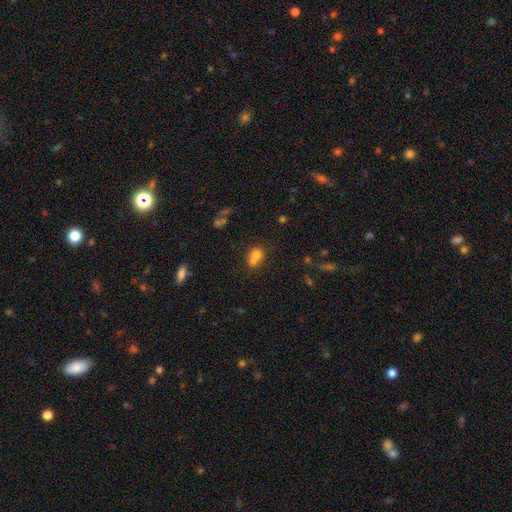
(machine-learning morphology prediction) smooth-or-featured: smooth: 70% | featured or disk: 16% | star or artifact: 14%
  how-rounded: round: 60% | in between: 38% | cigar-shaped: 2%
  merging: merger: 57% | none: 30% | minor disturbance: 9% | major disturbance: 5%